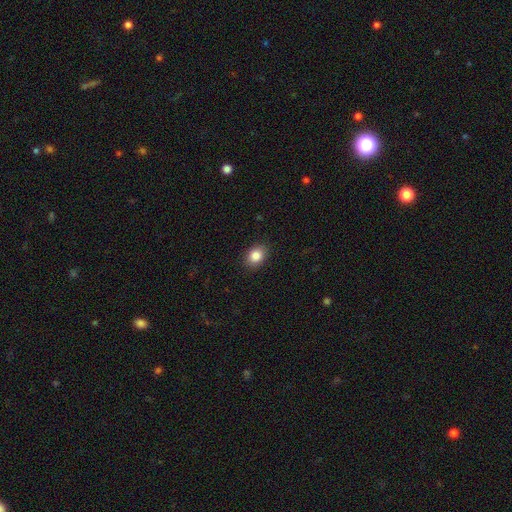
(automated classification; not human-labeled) Smooth or featured? smooth (85%)
How rounded? in between (62%)
Merging? none (89%)